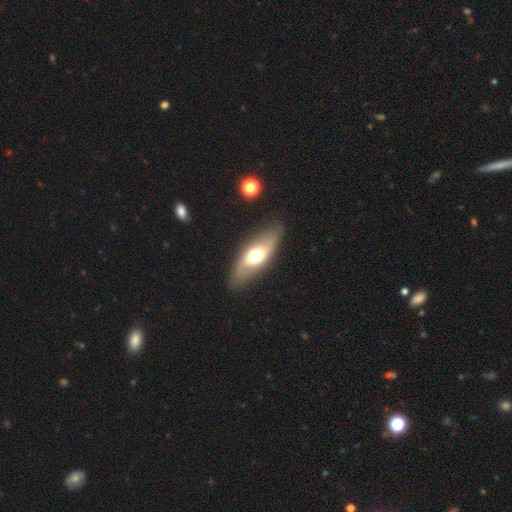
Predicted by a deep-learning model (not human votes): Smooth or featured: smooth — 48% (featured or disk — 45%)
Merging: none — 85% (minor disturbance — 11%)